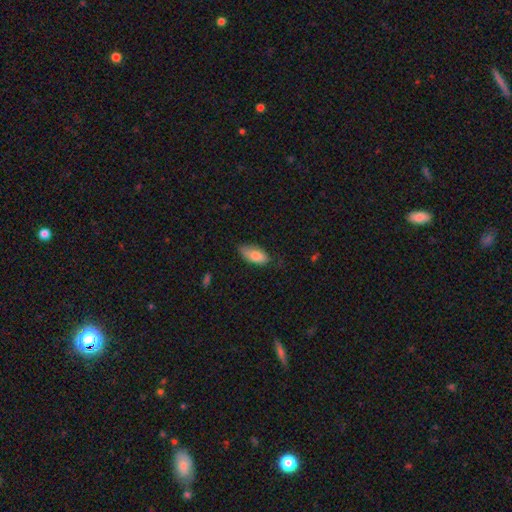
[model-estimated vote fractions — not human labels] This is clearly a smooth galaxy (83%). How rounded: clearly in between (88%). Merging: possibly none (58%).